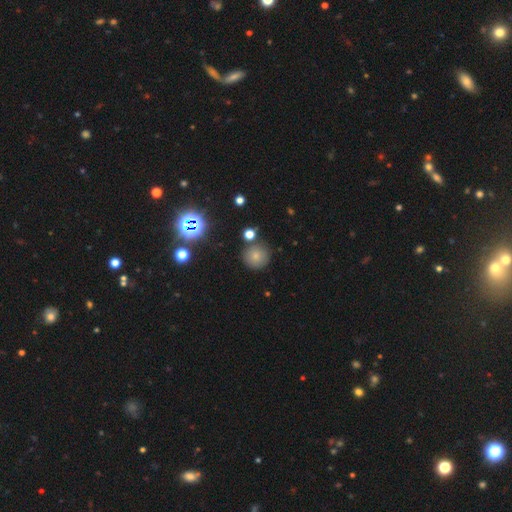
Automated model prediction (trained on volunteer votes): Morphology: type=smooth (74%); roundness=round (93%); merging=none (80%).